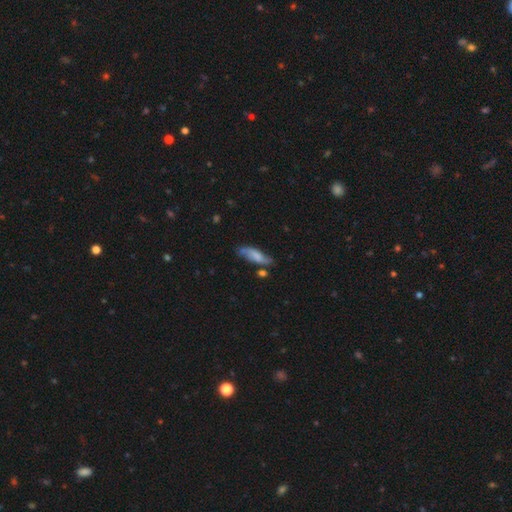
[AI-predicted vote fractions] Morphology: type=smooth (59%); roundness=in between (55%); merging=none (58%).